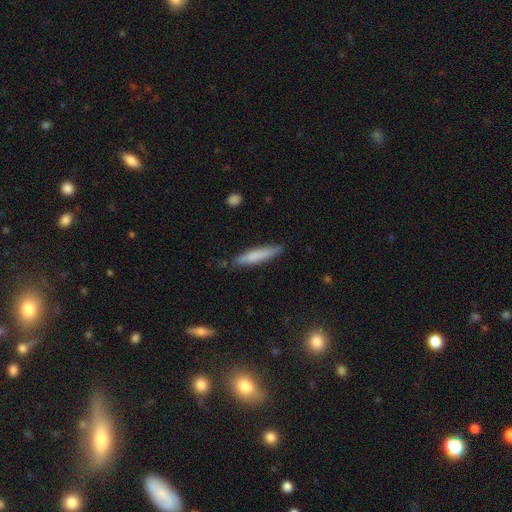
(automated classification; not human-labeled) smooth_or_featured: smooth (p=0.73) [alt: featured or disk p=0.21]
how_rounded: cigar-shaped (p=0.90) [alt: in between p=0.09]
merging: none (p=0.80) [alt: minor disturbance p=0.16]